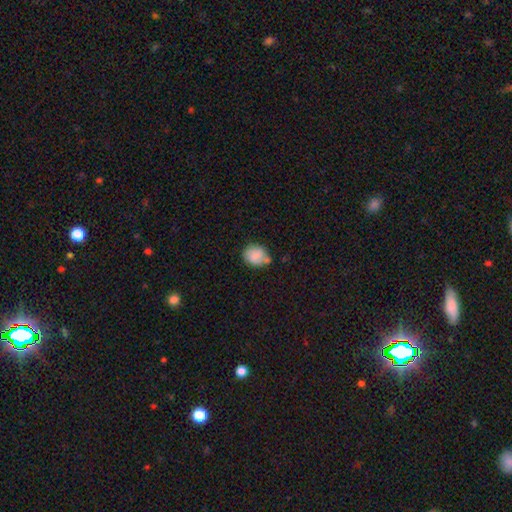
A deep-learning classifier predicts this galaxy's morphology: smooth-or-featured: smooth: 78% | featured or disk: 14% | star or artifact: 9%
  how-rounded: round: 60% | in between: 39% | cigar-shaped: 1%
  merging: none: 49% | minor disturbance: 32% | merger: 10% | major disturbance: 8%